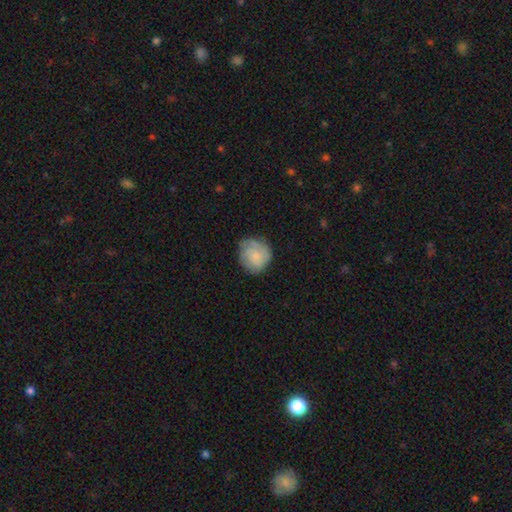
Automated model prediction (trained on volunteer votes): This appears to be a smooth galaxy with no disk features (61%) that is round (82%). Merging: none (70%).